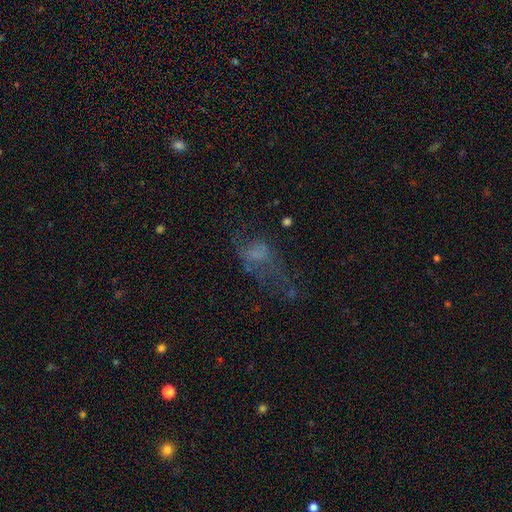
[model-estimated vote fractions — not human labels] Smooth or featured?
  - smooth: 39% *
  - featured or disk: 34%
  - star or artifact: 27%
Merging?
  - major disturbance: 40% *
  - none: 36%
  - minor disturbance: 19%
  - merger: 5%